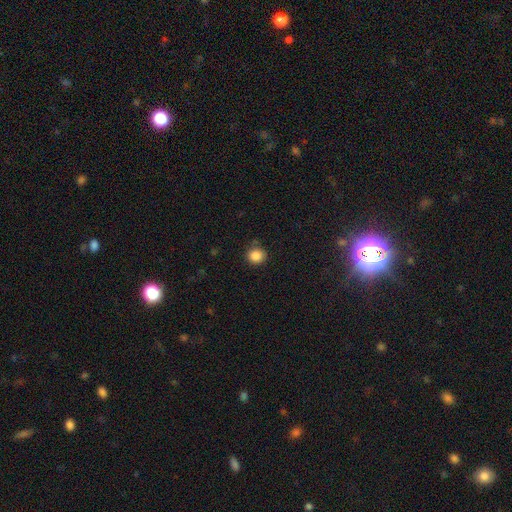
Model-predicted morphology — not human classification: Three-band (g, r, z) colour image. It shows a smooth galaxy with no disk features (86%) that is round (88%). Merging: none (82%).